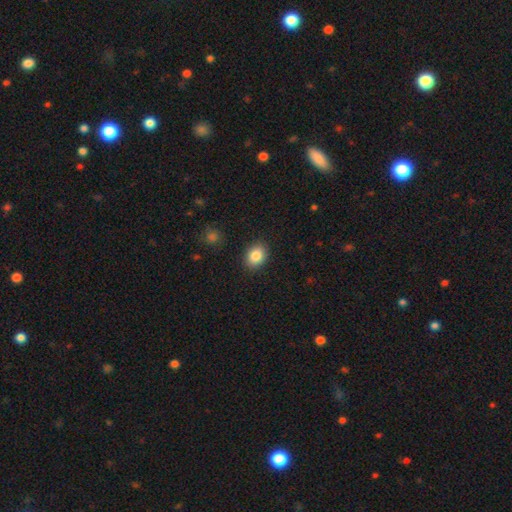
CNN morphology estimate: smooth_or_featured: smooth (p=0.85) [alt: star or artifact p=0.08]
how_rounded: in between (p=0.60) [alt: round p=0.39]
merging: none (p=0.88) [alt: minor disturbance p=0.08]